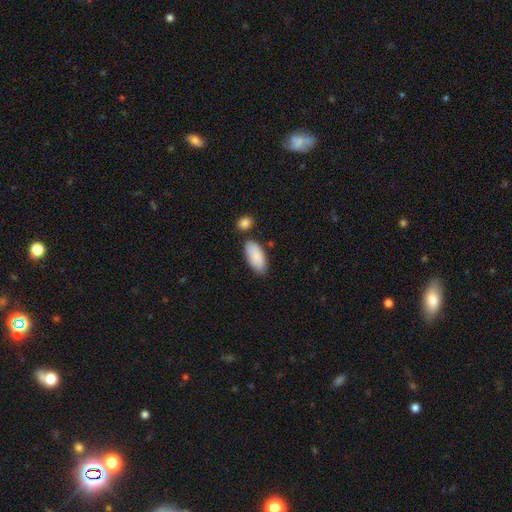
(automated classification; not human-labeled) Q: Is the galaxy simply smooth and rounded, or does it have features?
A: smooth — 87%.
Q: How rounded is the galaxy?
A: in between — 90%.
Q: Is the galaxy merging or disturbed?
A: none — 69%.